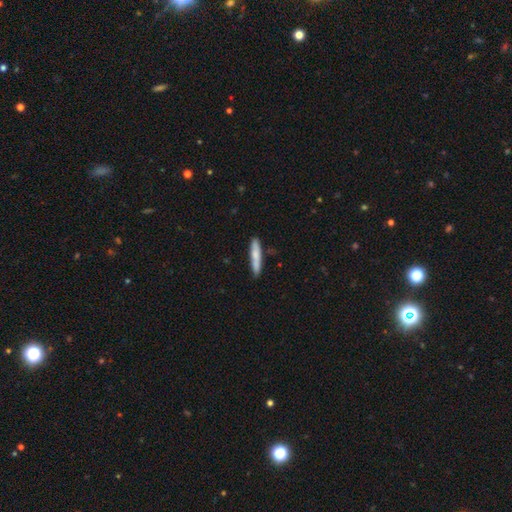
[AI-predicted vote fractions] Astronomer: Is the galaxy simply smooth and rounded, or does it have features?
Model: smooth — 73%.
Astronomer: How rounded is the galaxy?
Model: cigar-shaped — 91%.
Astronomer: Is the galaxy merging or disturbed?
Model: none — 84%.